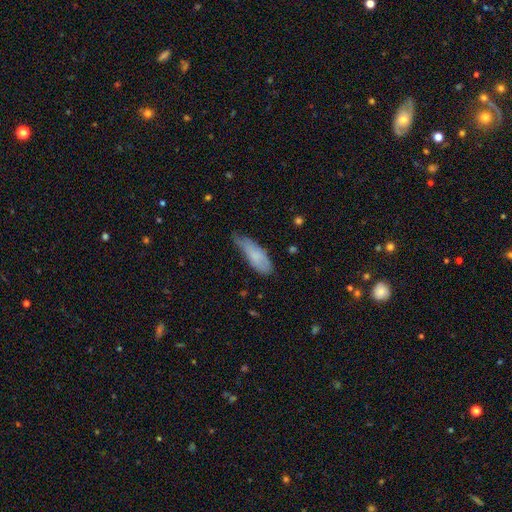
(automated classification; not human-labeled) smooth_or_featured: smooth (p=0.77) [alt: featured or disk p=0.16]
how_rounded: in between (p=0.63) [alt: cigar-shaped p=0.35]
merging: minor disturbance (p=0.46) [alt: none p=0.41]